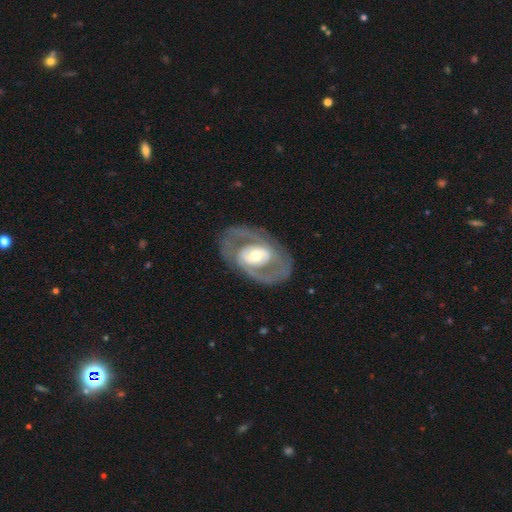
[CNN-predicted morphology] smooth-or-featured: featured or disk: 82% | smooth: 14% | star or artifact: 4%
  disk-edge-on: no: 95% | yes: 5%
    bar: no: 46% | weak: 32% | strong: 22%
    has-spiral-arms: yes: 73% | no: 27%
      spiral-winding: medium: 45% | tight: 39% | loose: 16%
      spiral-arm-count: 2: 80% | can't tell: 11% | 1: 4% | 3: 3% | 4: 1% | more than 4: 1%
    bulge-size: moderate: 65% | small: 18% | large: 15% | dominant: 1% | none: 1%
  merging: none: 76% | minor disturbance: 13% | major disturbance: 10% | merger: 1%